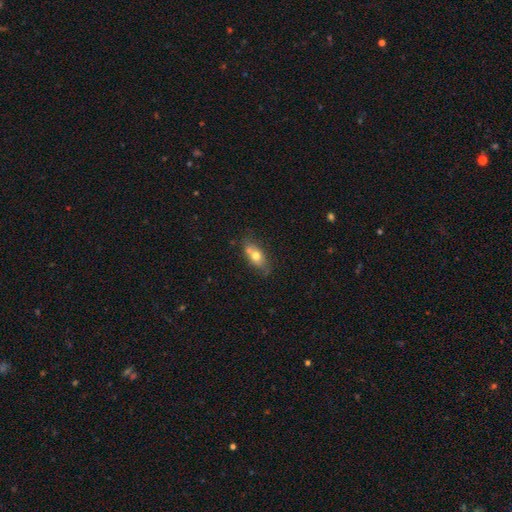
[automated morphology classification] The model was most divided on "smooth or featured": smooth: 64%, featured or disk: 28%, star or artifact: 8%. More confident: how rounded — in between (80%); merging — none (62%).